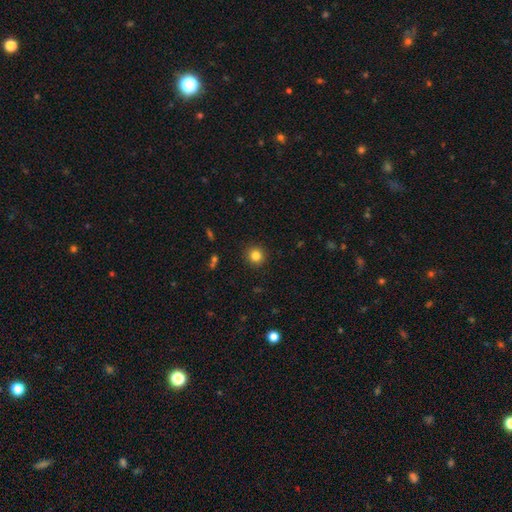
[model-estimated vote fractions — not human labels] smooth_or_featured: smooth (p=0.83) [alt: star or artifact p=0.12]
how_rounded: round (p=0.93) [alt: in between p=0.06]
merging: none (p=0.92) [alt: minor disturbance p=0.05]